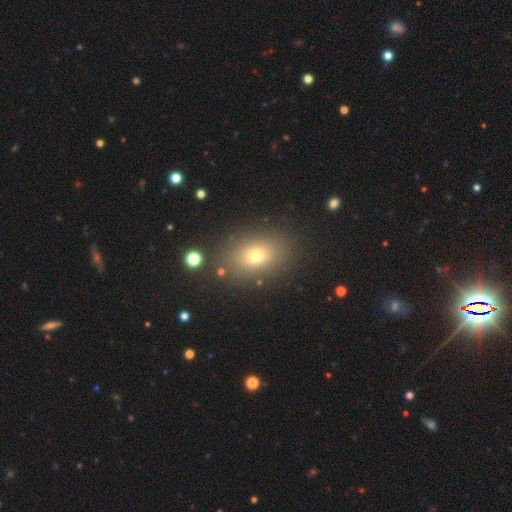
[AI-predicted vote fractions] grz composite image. It shows a smooth galaxy with no disk features (69%) that is in between round and cigar-shaped (69%). Merging: none (85%).